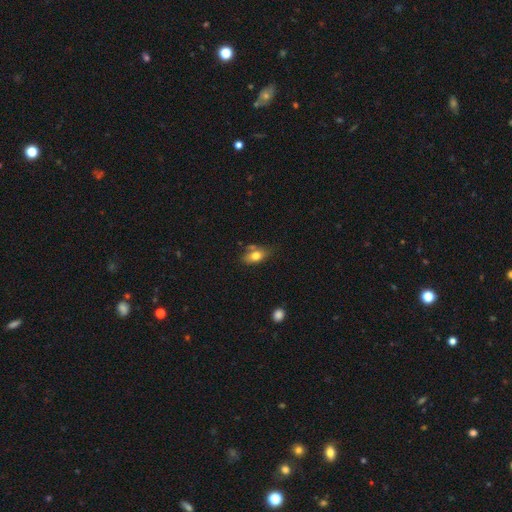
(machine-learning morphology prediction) type=smooth (75%); roundness=in between (84%); merging=none (55%).